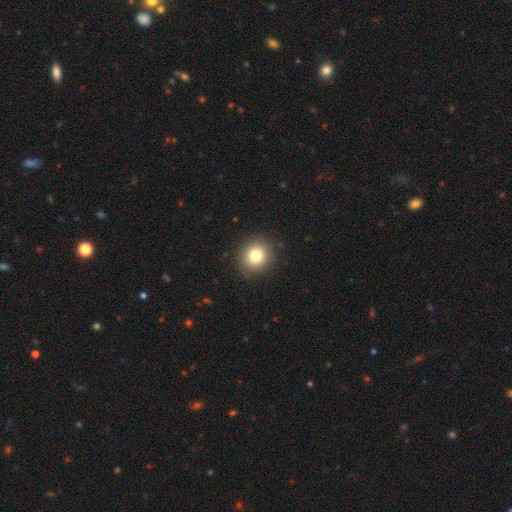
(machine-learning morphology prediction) smooth 80%, star or artifact 11%, featured or disk 9%. Down the decision tree: how rounded — round (84%); merging — none (89%).